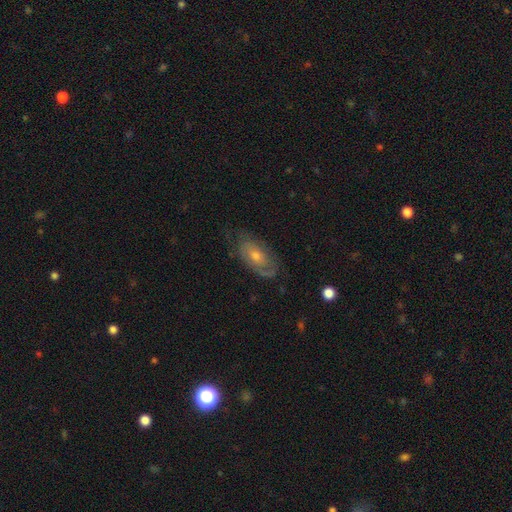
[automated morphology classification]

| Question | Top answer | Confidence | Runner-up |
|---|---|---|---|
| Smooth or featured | featured or disk | 66% | smooth (26%) |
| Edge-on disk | no | 91% | yes (9%) |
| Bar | no | 76% | weak (21%) |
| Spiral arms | yes | 79% | no (21%) |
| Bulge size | moderate | 51% | small (43%) |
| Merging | none | 68% | minor disturbance (21%) |